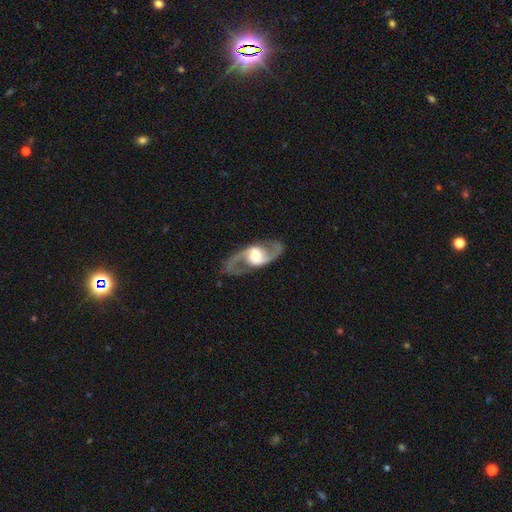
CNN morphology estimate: type=featured or disk (89%); edge-on=no (95%); bar=weak (41%); spiral arms=yes (94%); winding=medium (53%); arm count=2 (94%); bulge=large (47%); merging=none (84%).